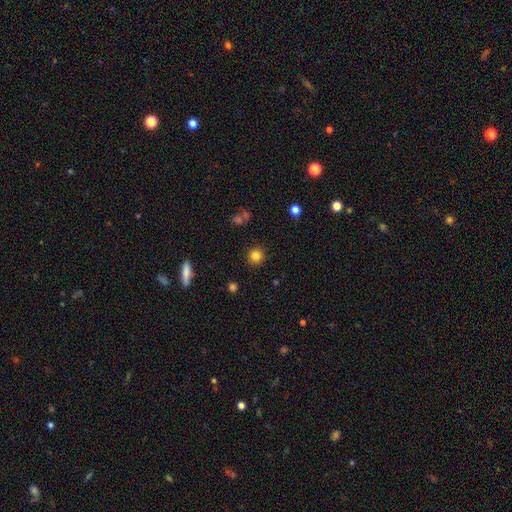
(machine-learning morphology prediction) Smooth or featured? smooth (82%)
How rounded? round (93%)
Merging? none (90%)